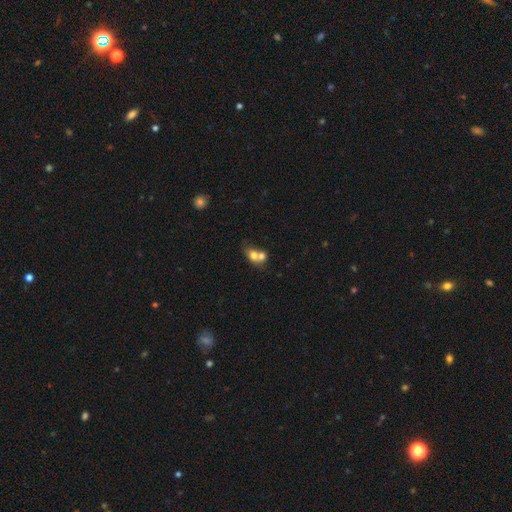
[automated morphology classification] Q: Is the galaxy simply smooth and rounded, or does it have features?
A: smooth — 69%.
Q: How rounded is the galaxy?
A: in between — 50%.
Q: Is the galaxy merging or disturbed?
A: merger — 69%.